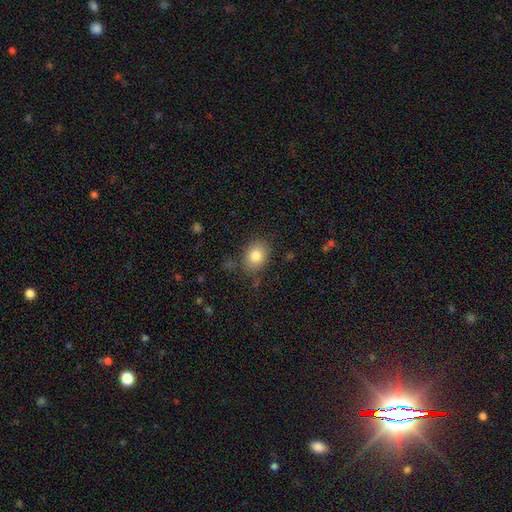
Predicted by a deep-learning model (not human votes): Smooth or featured?
  - smooth: 83% *
  - star or artifact: 9%
  - featured or disk: 8%
How rounded?
  - in between: 58% *
  - round: 41%
  - cigar-shaped: 1%
Merging?
  - none: 78% *
  - minor disturbance: 15%
  - major disturbance: 4%
  - merger: 2%